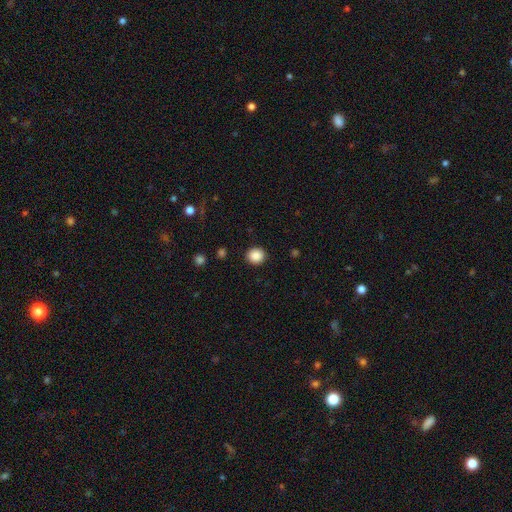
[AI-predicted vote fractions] Morphology: type=smooth (88%); roundness=round (85%); merging=none (91%).